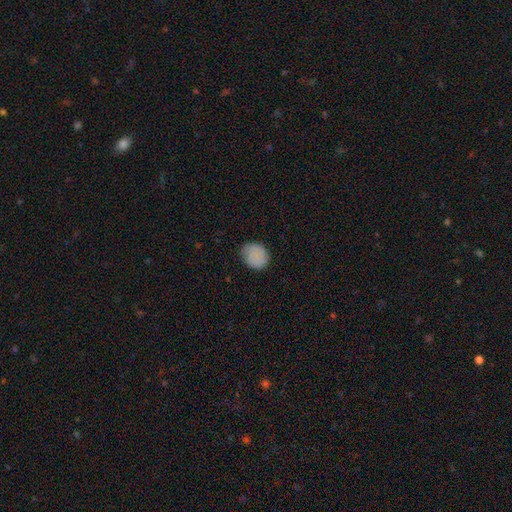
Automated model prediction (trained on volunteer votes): Morphology: type=smooth (84%); roundness=round (66%); merging=none (72%).